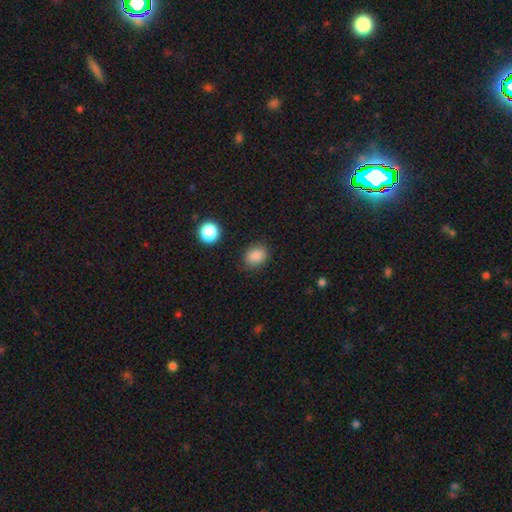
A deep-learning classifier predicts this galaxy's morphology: Smooth or featured? Predicted: smooth (p=0.87). How rounded? Predicted: in between (p=0.61). Merging? Predicted: none (p=0.84).